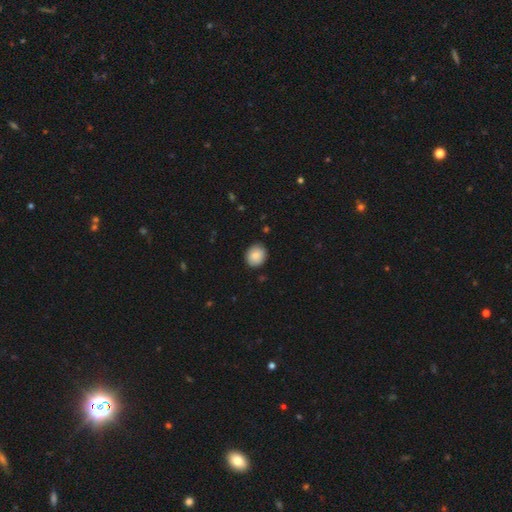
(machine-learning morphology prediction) Smooth or featured: smooth — 87% (star or artifact — 7%)
How rounded: round — 66% (in between — 34%)
Merging: none — 87% (minor disturbance — 10%)